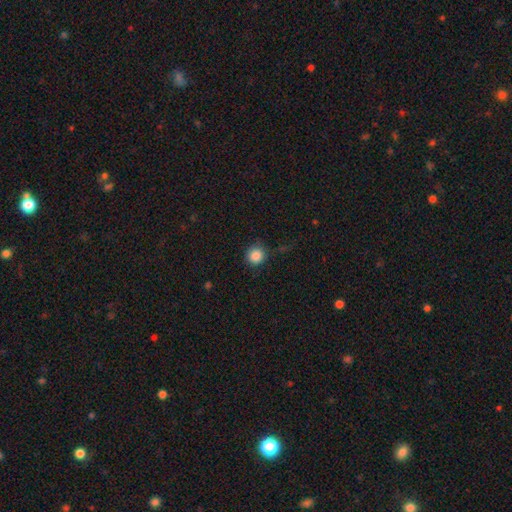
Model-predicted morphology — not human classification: smooth_or_featured: smooth (p=0.87) [alt: star or artifact p=0.10]
how_rounded: round (p=0.91) [alt: in between p=0.08]
merging: none (p=0.80) [alt: minor disturbance p=0.13]